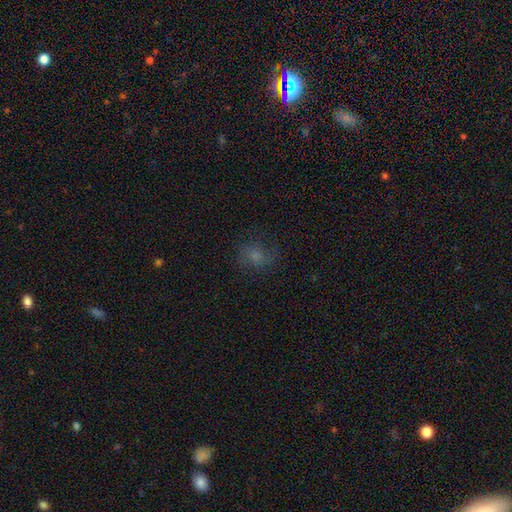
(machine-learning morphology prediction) Smooth or featured? smooth (54%)
How rounded? round (65%)
Merging? none (69%)